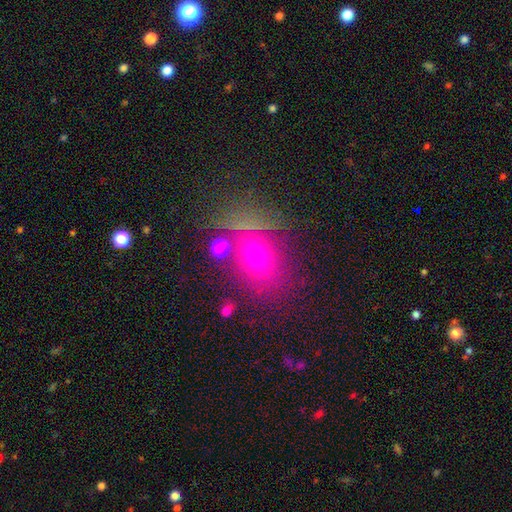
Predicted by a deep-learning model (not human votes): A smooth galaxy with no disk features (66%) that is in between round and cigar-shaped (60%).

Vote fractions:
- Smooth or featured? smooth: 66% / star or artifact: 18% / featured or disk: 16%
- How rounded? in between: 60% / round: 37% / cigar-shaped: 3%
- Merging? none: 68% / minor disturbance: 15% / merger: 10% / major disturbance: 7%